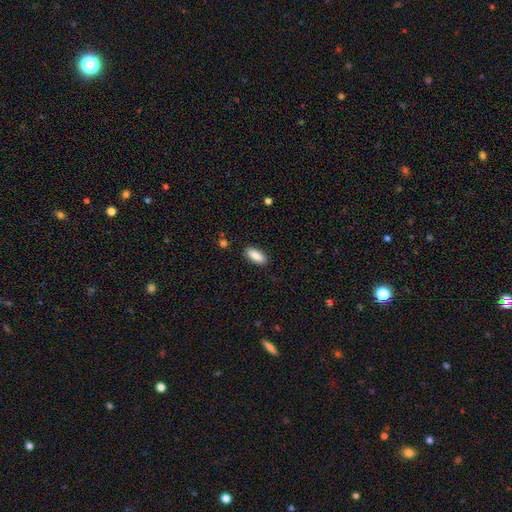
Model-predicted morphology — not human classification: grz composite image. It shows a smooth galaxy with no disk features (89%) that is in between round and cigar-shaped (78%). Merging: none (88%).